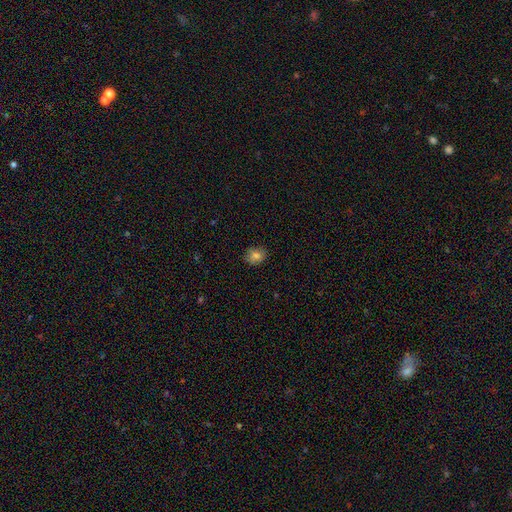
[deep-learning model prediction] Overall: smooth (81%). How rounded: round (66%; in between 33%). Merging: none (85%).